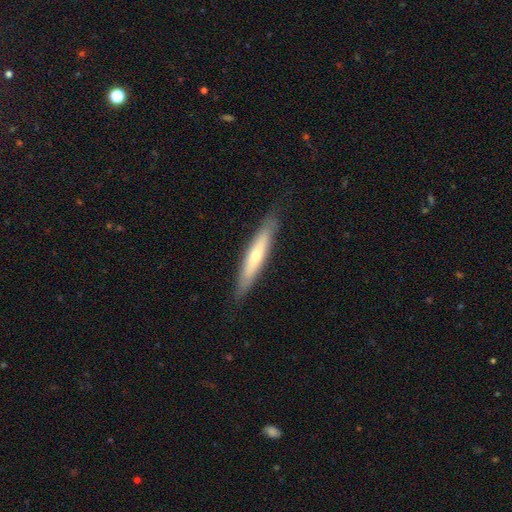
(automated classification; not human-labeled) The model was most divided on "smooth or featured" (2-way tie): smooth: 47%, featured or disk: 47%, star or artifact: 6%. More confident: merging — none (86%).